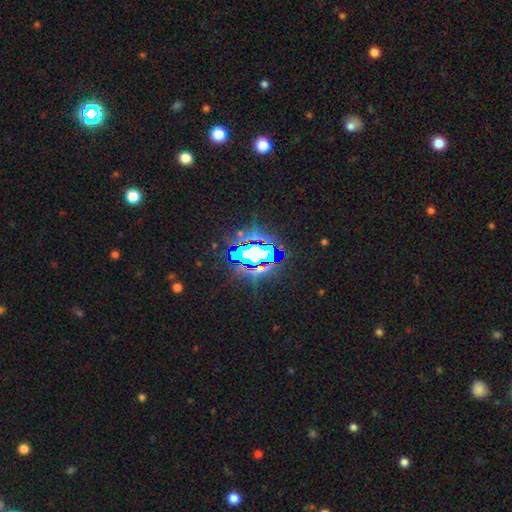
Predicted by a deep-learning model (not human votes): Q: Smooth or featured?
A: star or artifact (67%); runner-up: featured or disk (18%)